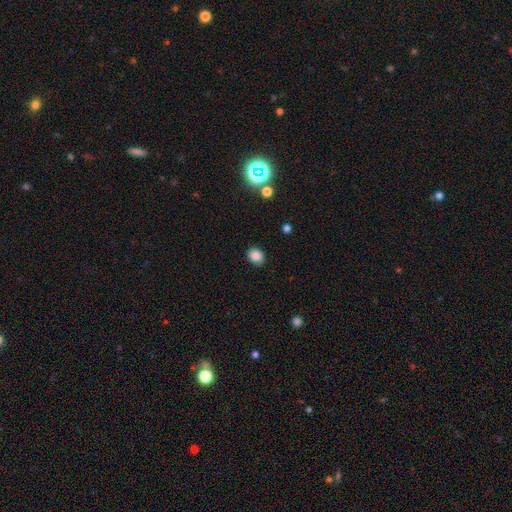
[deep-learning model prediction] Smooth or featured?
  - smooth: 85% *
  - star or artifact: 10%
  - featured or disk: 4%
How rounded?
  - in between: 51% *
  - round: 48%
  - cigar-shaped: 1%
Merging?
  - none: 86% *
  - minor disturbance: 10%
  - major disturbance: 2%
  - merger: 1%